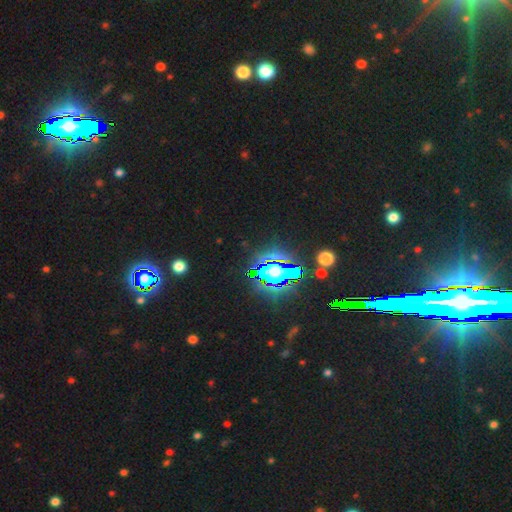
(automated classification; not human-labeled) smooth-or-featured: star or artifact: 79% | smooth: 12% | featured or disk: 9%